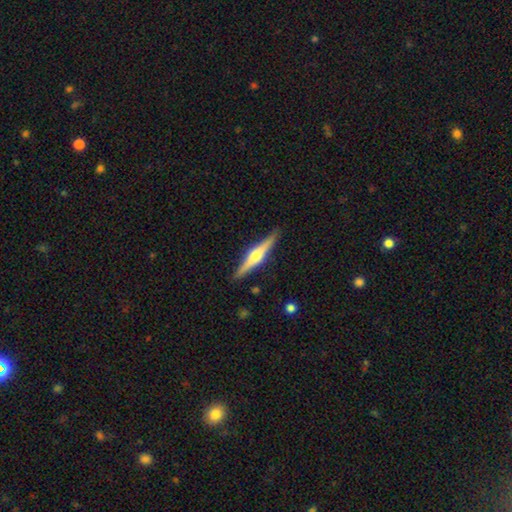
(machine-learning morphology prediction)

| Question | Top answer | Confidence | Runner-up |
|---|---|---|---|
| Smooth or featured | featured or disk | 72% | smooth (22%) |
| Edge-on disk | yes | 98% | no (2%) |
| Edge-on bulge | rounded | 90% | boxy (7%) |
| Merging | none | 90% | minor disturbance (7%) |